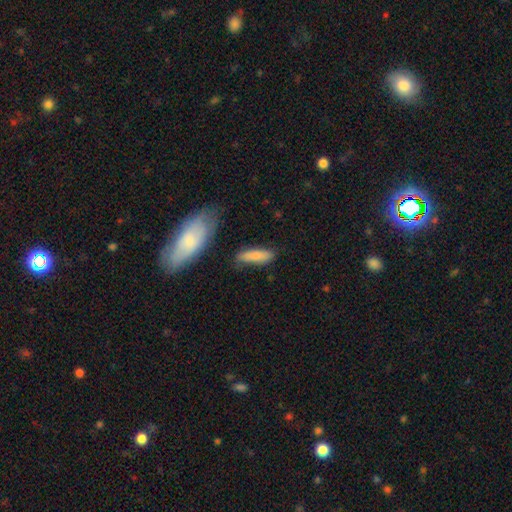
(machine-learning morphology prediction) The model was most divided on "how rounded": cigar-shaped: 55%, in between: 43%, round: 2%. More confident: smooth or featured — smooth (80%); merging — none (70%).